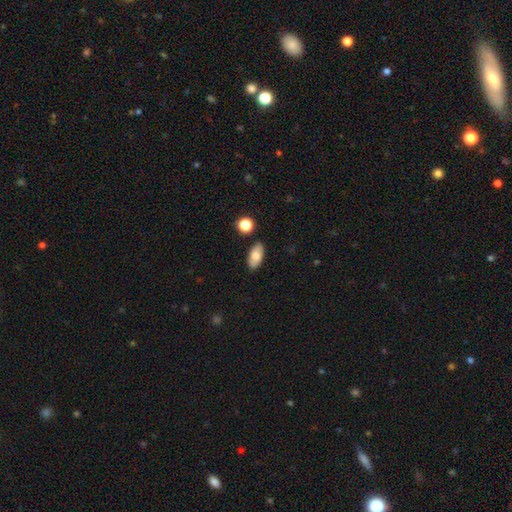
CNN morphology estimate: Q: Smooth or featured?
A: smooth (76%); runner-up: featured or disk (16%)
Q: How rounded?
A: in between (91%); runner-up: cigar-shaped (5%)
Q: Merging?
A: none (84%); runner-up: minor disturbance (10%)